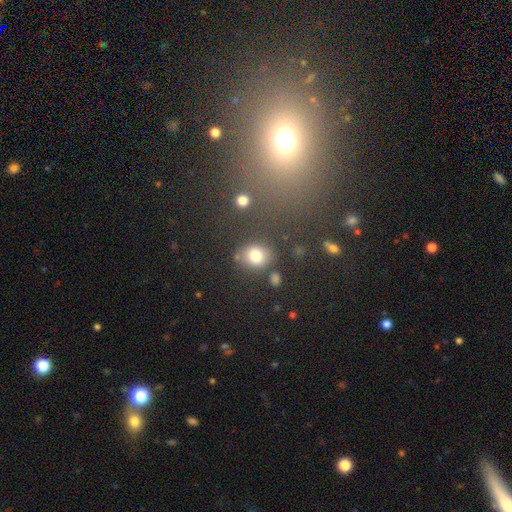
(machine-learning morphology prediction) type=smooth (79%); roundness=round (67%); merging=none (72%).